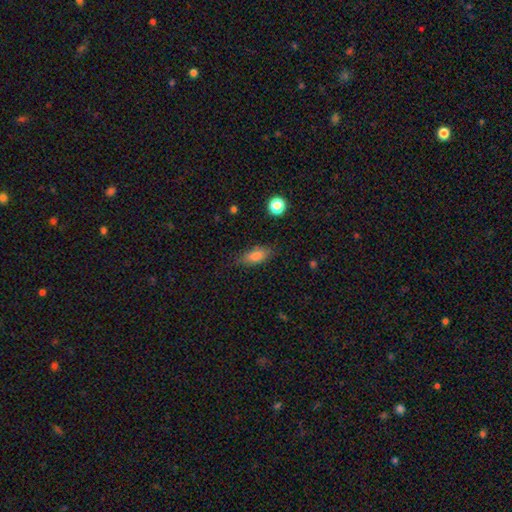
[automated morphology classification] Overall: smooth (79%). How rounded: in between (75%). Merging: none (78%).